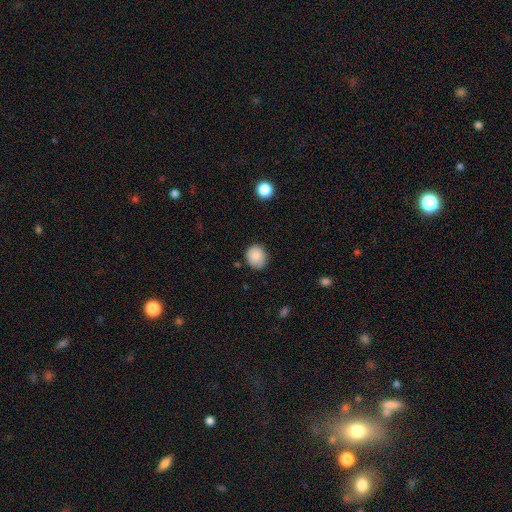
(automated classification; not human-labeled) This is clearly a smooth galaxy (85%). How rounded: likely round (74%). Merging: clearly none (82%).